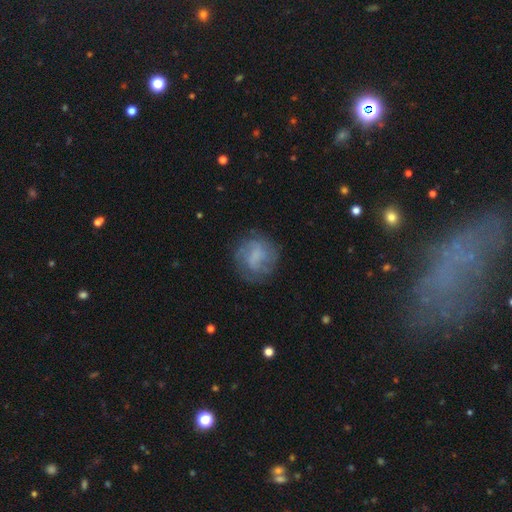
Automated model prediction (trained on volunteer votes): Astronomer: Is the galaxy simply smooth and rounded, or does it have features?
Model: featured or disk — 48% (runner-up: smooth, 42%).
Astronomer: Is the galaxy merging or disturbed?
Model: none — 70%.